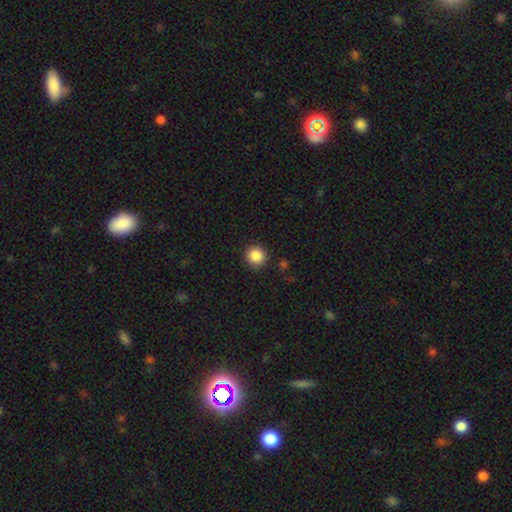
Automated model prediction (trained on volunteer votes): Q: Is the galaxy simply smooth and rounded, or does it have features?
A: smooth — 87%.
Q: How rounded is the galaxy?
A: round — 92%.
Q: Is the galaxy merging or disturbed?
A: none — 88%.